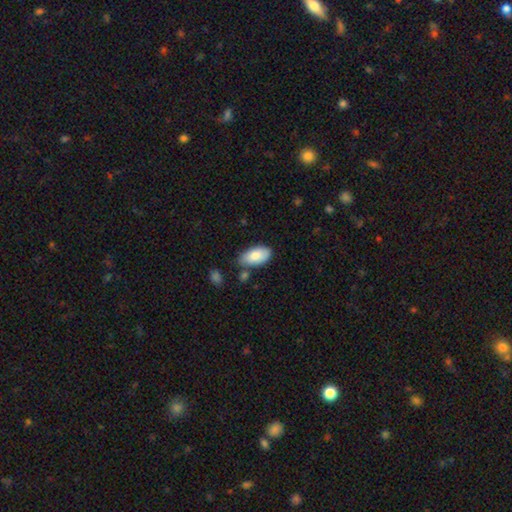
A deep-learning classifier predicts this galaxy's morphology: Q: Smooth or featured?
A: smooth (82%); runner-up: featured or disk (12%)
Q: How rounded?
A: in between (95%); runner-up: round (3%)
Q: Merging?
A: none (71%); runner-up: minor disturbance (19%)